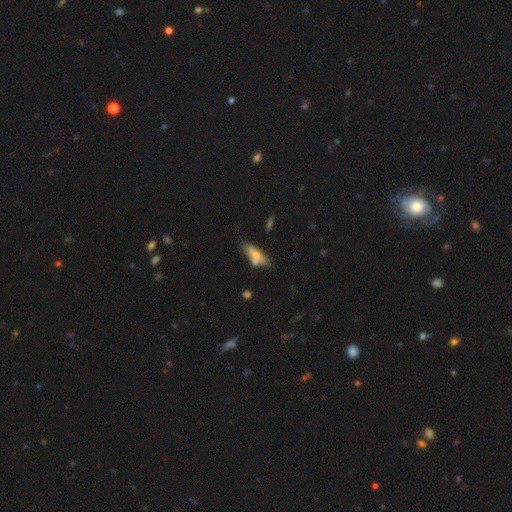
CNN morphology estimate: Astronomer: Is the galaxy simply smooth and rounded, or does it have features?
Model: smooth — 61%.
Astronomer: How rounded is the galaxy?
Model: cigar-shaped — 52% (runner-up: in between, 46%).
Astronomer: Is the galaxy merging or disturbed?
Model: none — 56%.